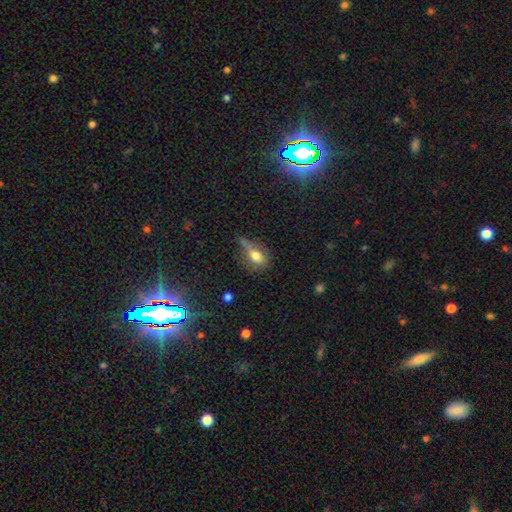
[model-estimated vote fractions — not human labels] The model was most divided on "merging": none: 36%, minor disturbance: 33%, major disturbance: 21%, merger: 11%. More confident: how rounded — in between (70%); smooth or featured — smooth (70%).